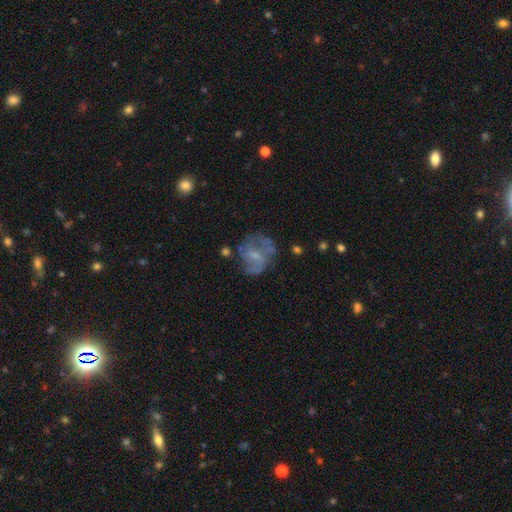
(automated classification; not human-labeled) Smooth or featured? featured or disk (56%)
Edge-on disk? no (97%)
Bar? no (57%)
Spiral arms? no (51%)
Bulge size? small (47%)
Merging? none (47%)